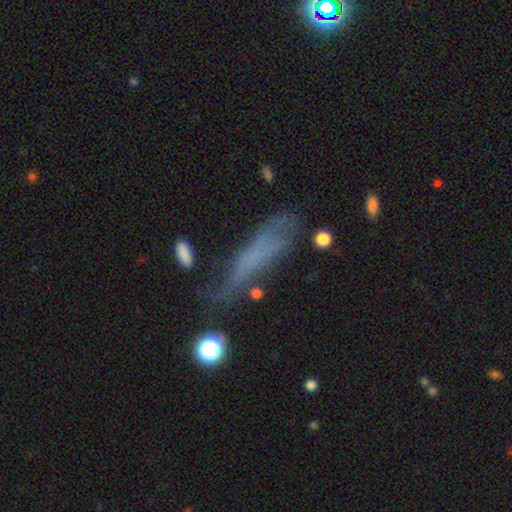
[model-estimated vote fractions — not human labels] This appears to be a smooth galaxy with no disk features (47%). Merging: none (47%).